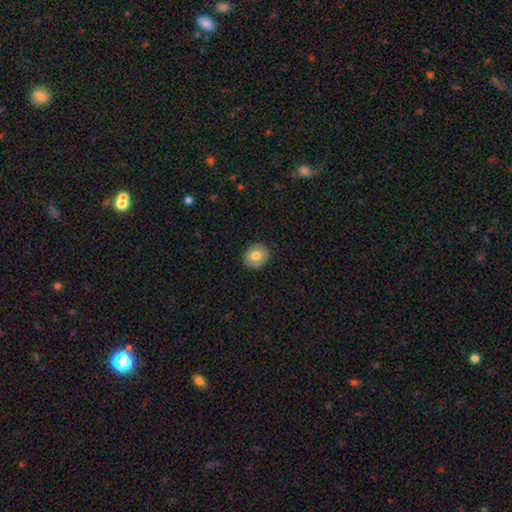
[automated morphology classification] A smooth galaxy with no disk features (77%) that is round (61%).

Vote fractions:
- Smooth or featured? smooth: 77% / featured or disk: 15% / star or artifact: 8%
- How rounded? round: 61% / in between: 39% / cigar-shaped: 1%
- Merging? none: 86% / minor disturbance: 11% / major disturbance: 2% / merger: 1%